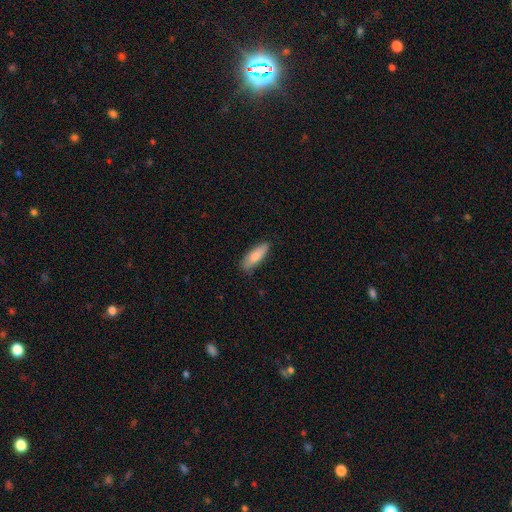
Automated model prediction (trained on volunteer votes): Q: Smooth or featured?
A: smooth (80%); runner-up: featured or disk (14%)
Q: How rounded?
A: in between (55%); runner-up: cigar-shaped (43%)
Q: Merging?
A: none (80%); runner-up: minor disturbance (16%)